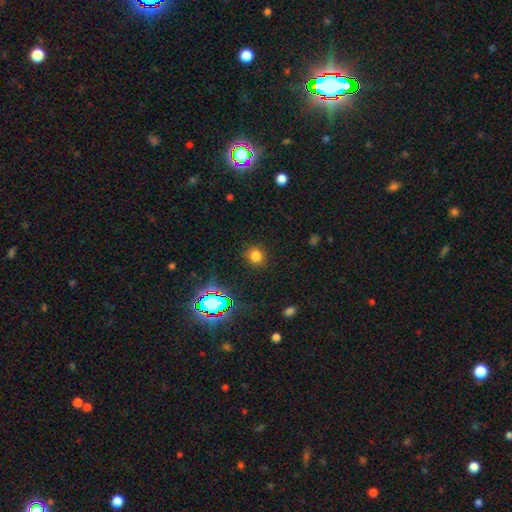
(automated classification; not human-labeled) Morphology: type=smooth (75%); roundness=round (78%); merging=none (88%).